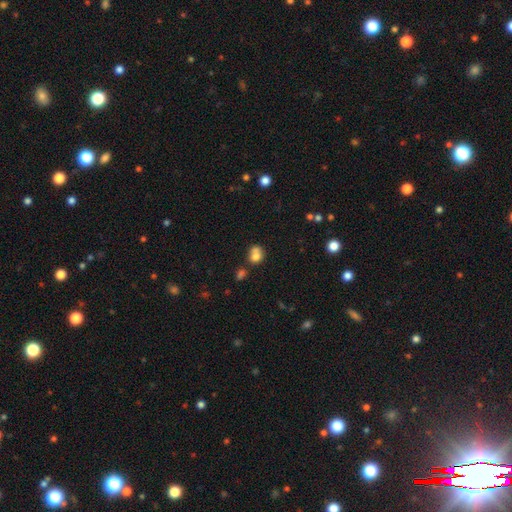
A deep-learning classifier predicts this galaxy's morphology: smooth 75%, featured or disk 14%, star or artifact 12%. Down the decision tree: how rounded — round (65%); merging — merger (48%).